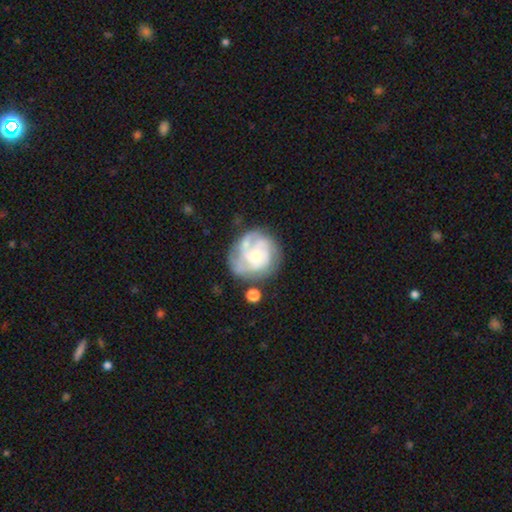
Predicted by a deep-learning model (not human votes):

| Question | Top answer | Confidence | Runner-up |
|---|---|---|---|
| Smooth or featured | featured or disk | 76% | smooth (18%) |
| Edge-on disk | no | 98% | yes (2%) |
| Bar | no | 75% | weak (21%) |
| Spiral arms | yes | 86% | no (14%) |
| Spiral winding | tight | 54% | medium (35%) |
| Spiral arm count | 3 | 32% | can't tell (31%) |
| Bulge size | small | 47% | moderate (45%) |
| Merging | none | 62% | minor disturbance (20%) |